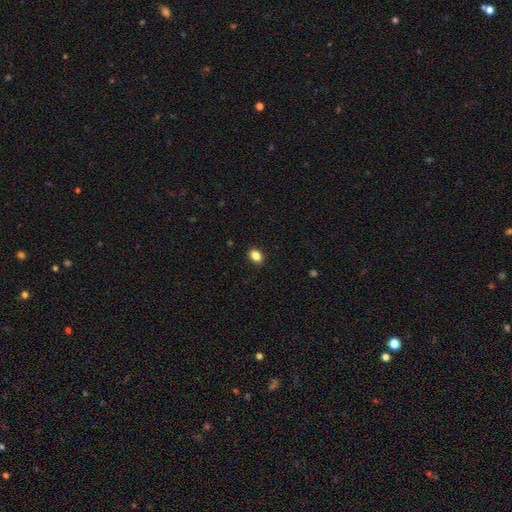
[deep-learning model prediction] This is clearly a smooth galaxy (85%). How rounded: likely in between (75%). Merging: clearly none (90%).